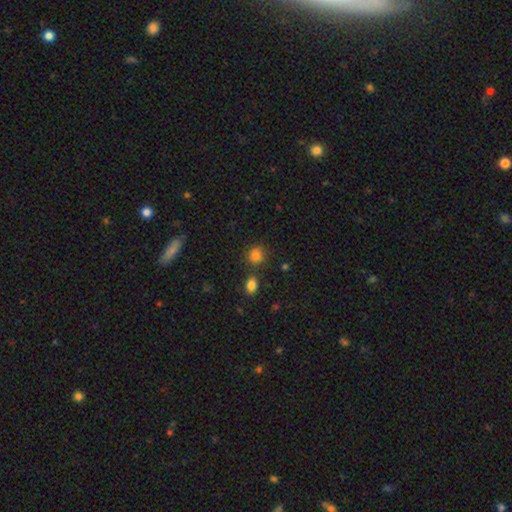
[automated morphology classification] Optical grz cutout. It shows a smooth galaxy with no disk features (81%) that is round (79%). Merging: none (75%).